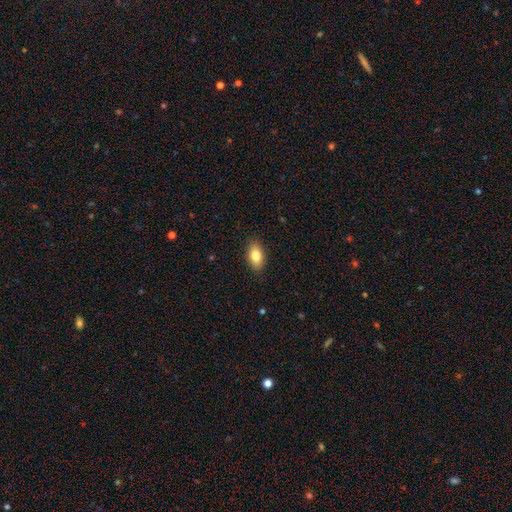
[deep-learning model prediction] Smooth or featured: smooth — 83% (featured or disk — 10%)
How rounded: in between — 91% (round — 6%)
Merging: none — 88% (minor disturbance — 9%)